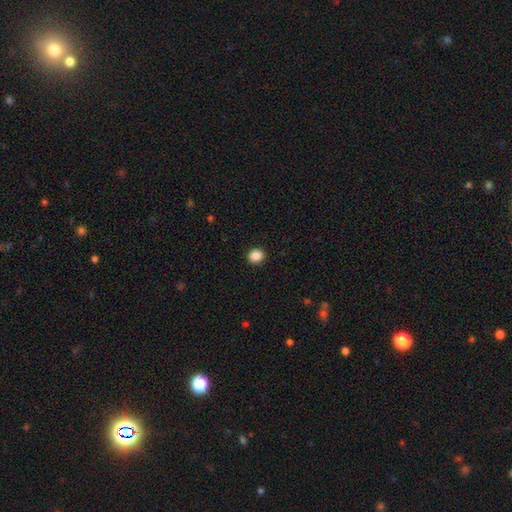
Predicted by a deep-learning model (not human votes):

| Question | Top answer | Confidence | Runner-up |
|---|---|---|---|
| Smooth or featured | smooth | 88% | star or artifact (9%) |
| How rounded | round | 73% | in between (26%) |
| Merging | none | 91% | minor disturbance (6%) |